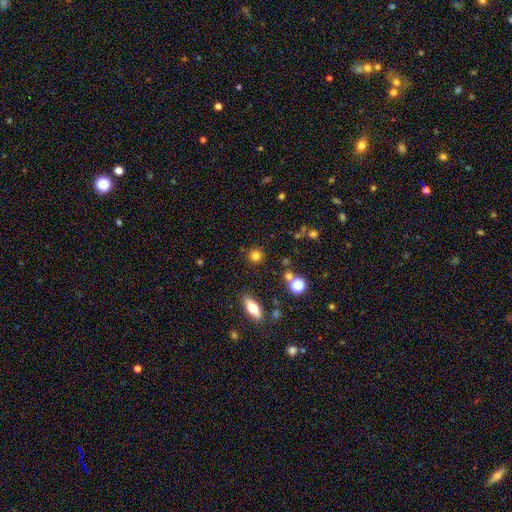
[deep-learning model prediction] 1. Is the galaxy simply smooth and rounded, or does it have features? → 79% smooth, 14% star or artifact, 7% featured or disk.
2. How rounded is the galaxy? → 90% round, 8% in between, 2% cigar-shaped.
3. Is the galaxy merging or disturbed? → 88% none, 7% minor disturbance, 3% merger, 3% major disturbance.